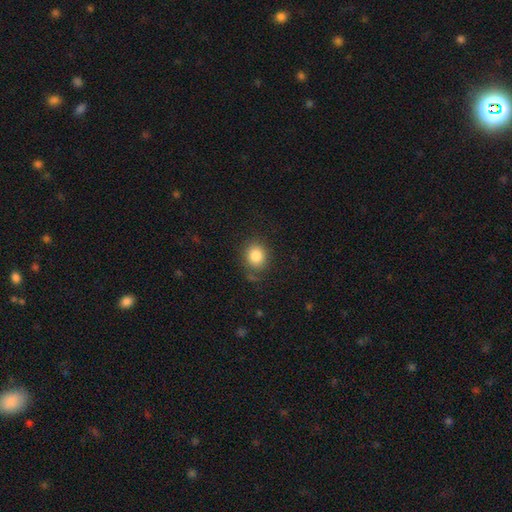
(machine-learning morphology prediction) The model was most divided on "how rounded": round: 73%, in between: 26%, cigar-shaped: 1%. More confident: smooth or featured — smooth (84%); merging — none (80%).